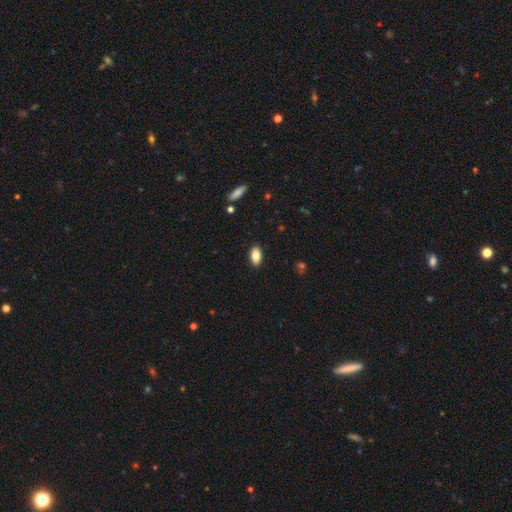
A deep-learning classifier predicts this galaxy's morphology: type=smooth (84%); roundness=in between (92%); merging=none (89%).